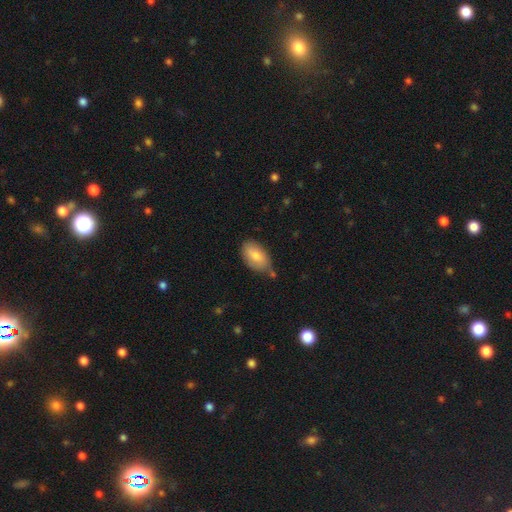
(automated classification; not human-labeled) Overall: smooth (80%). How rounded: in between (93%). Merging: none (65%).